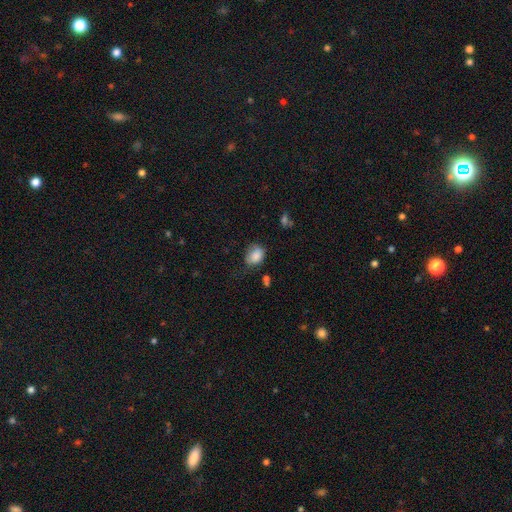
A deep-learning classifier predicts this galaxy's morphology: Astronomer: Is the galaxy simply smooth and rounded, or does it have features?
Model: smooth — 84%.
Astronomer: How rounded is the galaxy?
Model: in between — 68%.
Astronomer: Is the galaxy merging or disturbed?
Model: none — 51% (runner-up: minor disturbance, 33%).